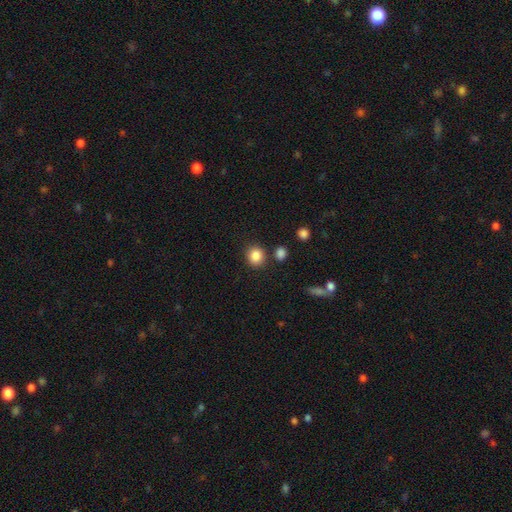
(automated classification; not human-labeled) Smooth or featured? Predicted: smooth (p=0.85). How rounded? Predicted: round (p=0.83). Merging? Predicted: none (p=0.83).